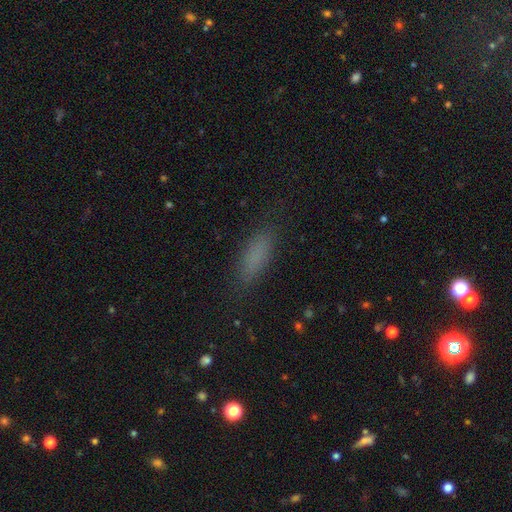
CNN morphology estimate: This is likely a smooth galaxy (79%). How rounded: possibly in between (54%). Merging: clearly none (82%).